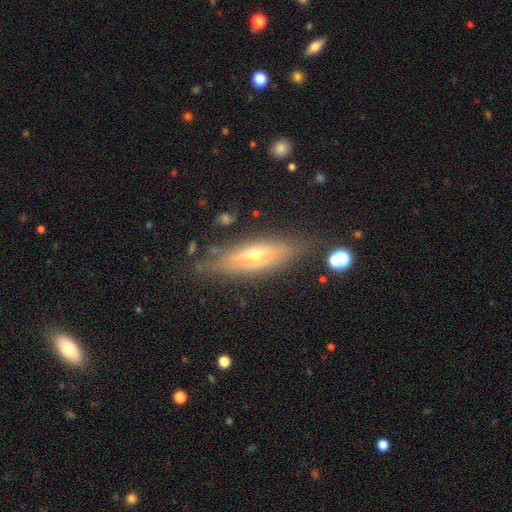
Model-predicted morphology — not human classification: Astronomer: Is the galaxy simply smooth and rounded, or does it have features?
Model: featured or disk — 65%.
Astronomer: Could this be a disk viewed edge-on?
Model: yes — 83%.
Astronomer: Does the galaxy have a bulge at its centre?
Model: rounded — 87%.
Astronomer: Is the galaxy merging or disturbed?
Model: none — 77%.